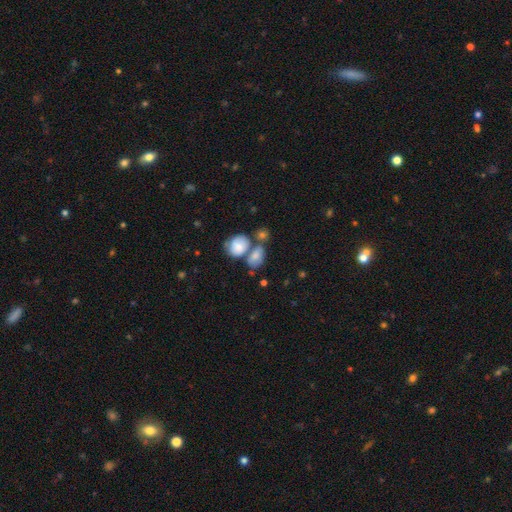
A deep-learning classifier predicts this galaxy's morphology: Smooth or featured? smooth (75%)
How rounded? in between (74%)
Merging? merger (42%)